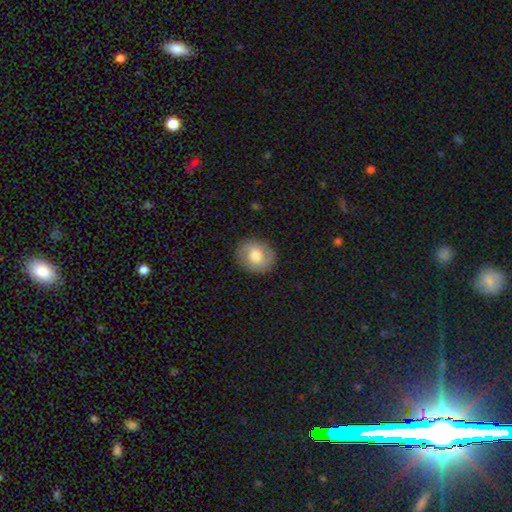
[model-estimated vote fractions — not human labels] A smooth galaxy with no disk features (66%) that is round (68%). Merging: none (87%).